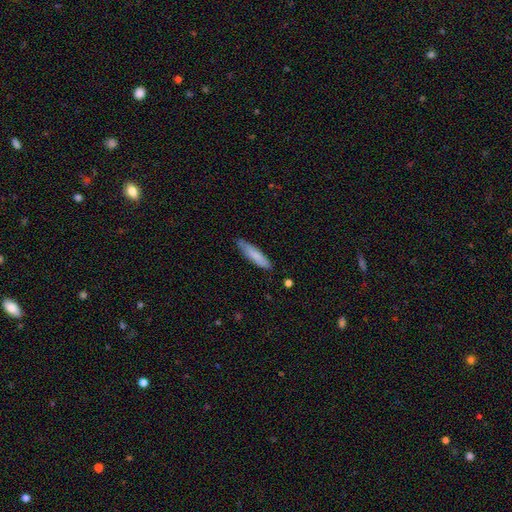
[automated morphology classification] smooth 78%, featured or disk 16%, star or artifact 6%. Down the decision tree: how rounded — cigar-shaped (81%); merging — none (80%).